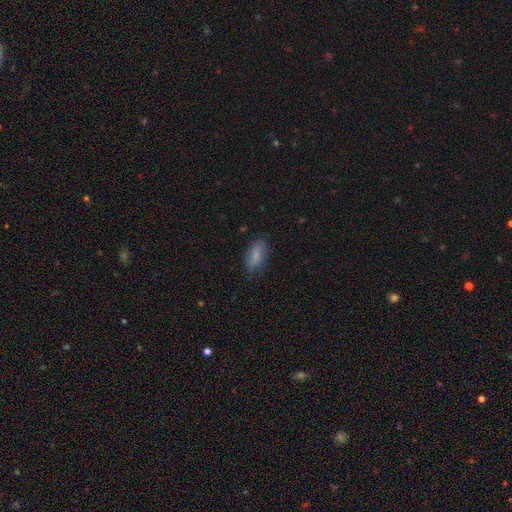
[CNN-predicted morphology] Overall: smooth (79%). How rounded: in between (82%). Merging: none (74%).